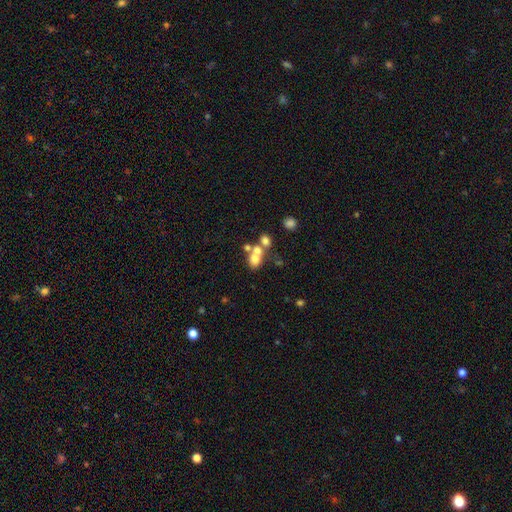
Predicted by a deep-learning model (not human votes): Q: Smooth or featured?
A: smooth (64%); runner-up: featured or disk (22%)
Q: How rounded?
A: in between (50%); runner-up: round (49%)
Q: Merging?
A: merger (55%); runner-up: none (30%)